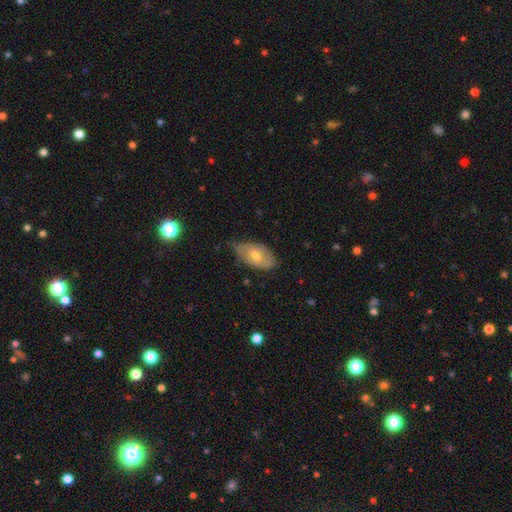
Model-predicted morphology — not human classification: A smooth galaxy with no disk features (55%) that is in between round and cigar-shaped (92%).

Vote fractions:
- Smooth or featured? smooth: 55% / featured or disk: 37% / star or artifact: 8%
- How rounded? in between: 92% / round: 5% / cigar-shaped: 3%
- Merging? none: 52% / minor disturbance: 38% / major disturbance: 8% / merger: 2%